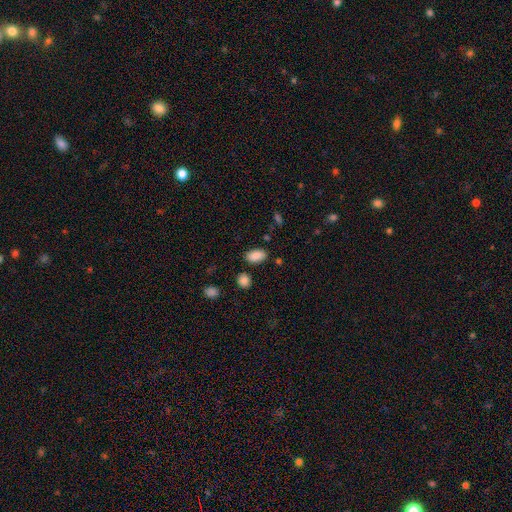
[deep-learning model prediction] Smooth or featured: smooth — 88% (star or artifact — 8%)
How rounded: in between — 92% (round — 5%)
Merging: none — 82% (minor disturbance — 11%)